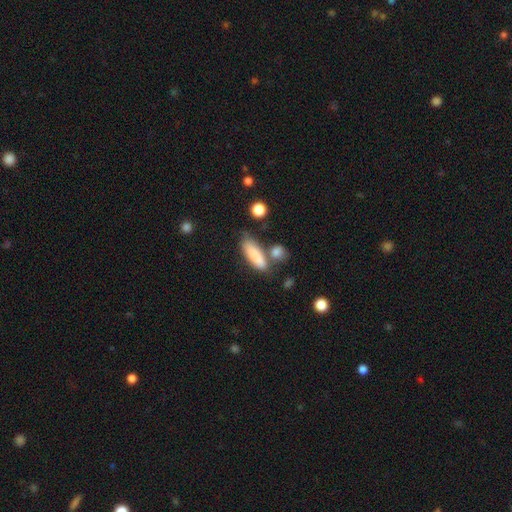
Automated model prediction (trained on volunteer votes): smooth 84%, featured or disk 9%, star or artifact 7%. Down the decision tree: how rounded — in between (56%); merging — none (55%).